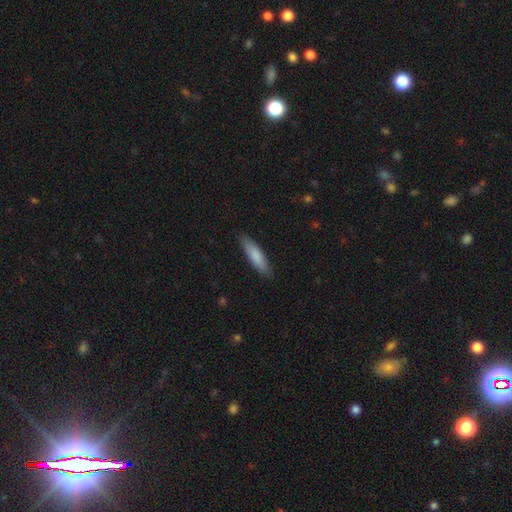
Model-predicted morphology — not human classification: Smooth or featured: smooth — 83% (featured or disk — 12%)
How rounded: cigar-shaped — 71% (in between — 27%)
Merging: none — 87% (minor disturbance — 10%)